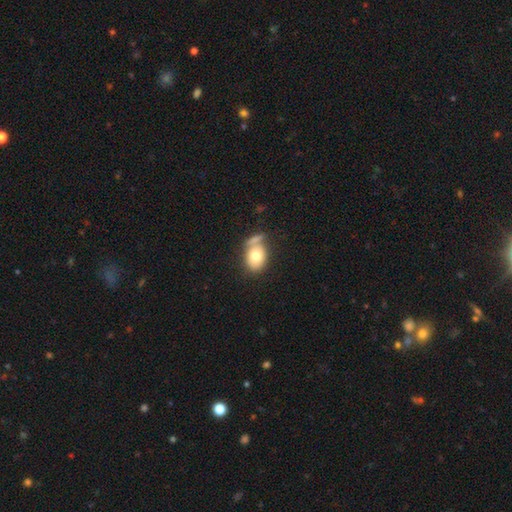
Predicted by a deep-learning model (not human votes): This is likely a smooth galaxy (73%). How rounded: likely in between (68%). Merging: marginally none (45%).